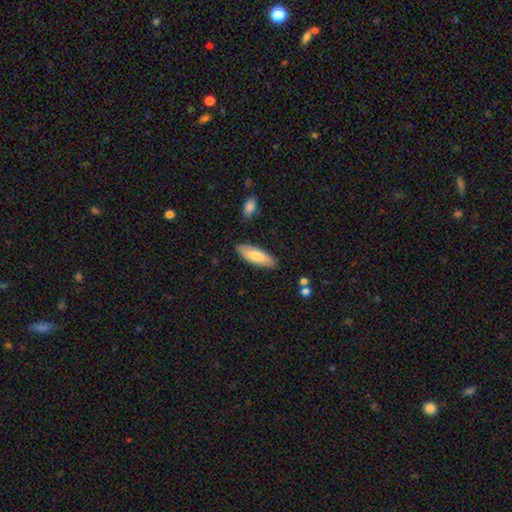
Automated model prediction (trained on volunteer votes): A smooth galaxy with no disk features (78%) that is in between round and cigar-shaped (58%). Merging: none (86%).